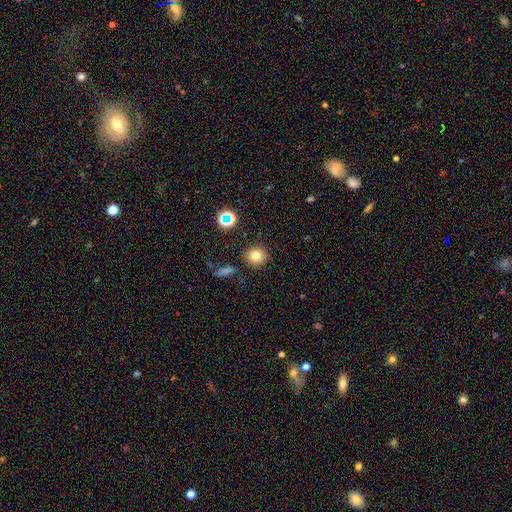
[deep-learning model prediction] A smooth galaxy with no disk features (75%) that is round (88%). Merging: none (87%).